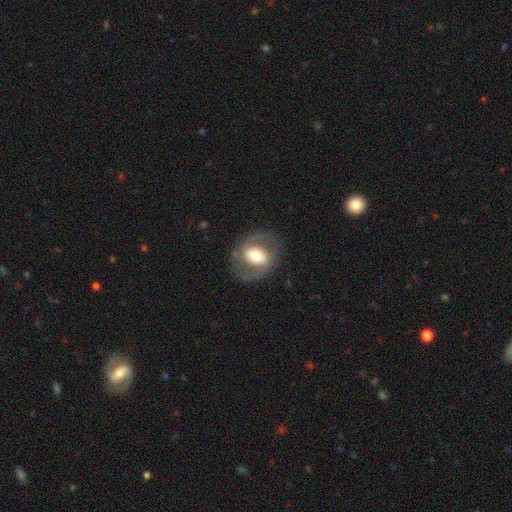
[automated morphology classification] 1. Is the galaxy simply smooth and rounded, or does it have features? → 69% featured or disk, 24% smooth, 6% star or artifact.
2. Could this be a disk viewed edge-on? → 96% no, 4% yes.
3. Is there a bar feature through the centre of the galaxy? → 38% strong, 35% weak, 27% no.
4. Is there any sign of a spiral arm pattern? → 72% yes, 28% no.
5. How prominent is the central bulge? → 53% moderate, 27% large, 15% small, 4% dominant, 1% none.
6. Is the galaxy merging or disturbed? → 78% none, 12% minor disturbance, 9% major disturbance, 1% merger.